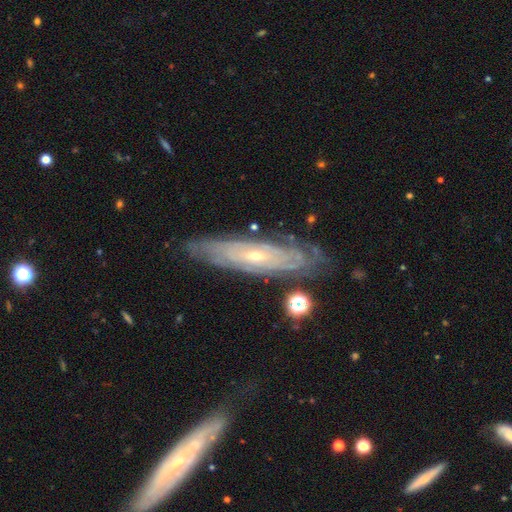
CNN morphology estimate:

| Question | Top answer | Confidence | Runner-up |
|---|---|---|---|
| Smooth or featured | featured or disk | 80% | smooth (13%) |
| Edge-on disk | no | 75% | yes (25%) |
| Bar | no | 72% | weak (21%) |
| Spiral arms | yes | 86% | no (14%) |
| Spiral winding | tight | 79% | medium (16%) |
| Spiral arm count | can't tell | 65% | 2 (13%) |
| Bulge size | small | 73% | moderate (24%) |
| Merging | none | 77% | minor disturbance (16%) |